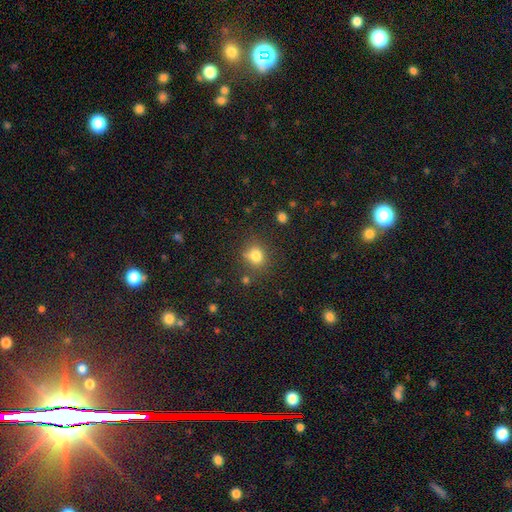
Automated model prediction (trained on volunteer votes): Smooth or featured?
  - smooth: 79% *
  - star or artifact: 14%
  - featured or disk: 8%
How rounded?
  - round: 70% *
  - in between: 29%
  - cigar-shaped: 1%
Merging?
  - none: 68% *
  - minor disturbance: 18%
  - merger: 8%
  - major disturbance: 6%